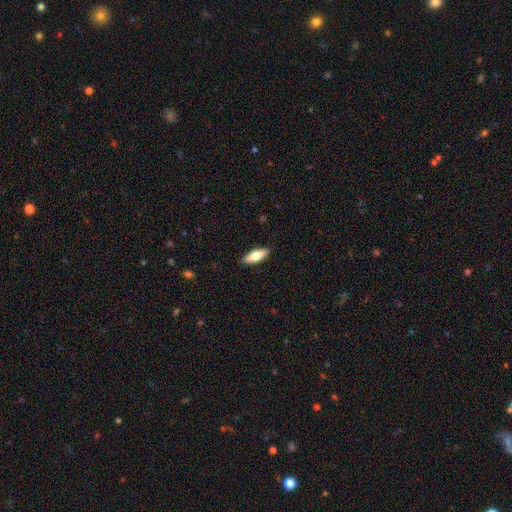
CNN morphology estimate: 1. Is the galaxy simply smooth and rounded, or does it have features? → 70% smooth, 25% featured or disk, 6% star or artifact.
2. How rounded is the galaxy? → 62% in between, 36% cigar-shaped, 2% round.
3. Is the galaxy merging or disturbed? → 90% none, 8% minor disturbance, 2% major disturbance, 1% merger.